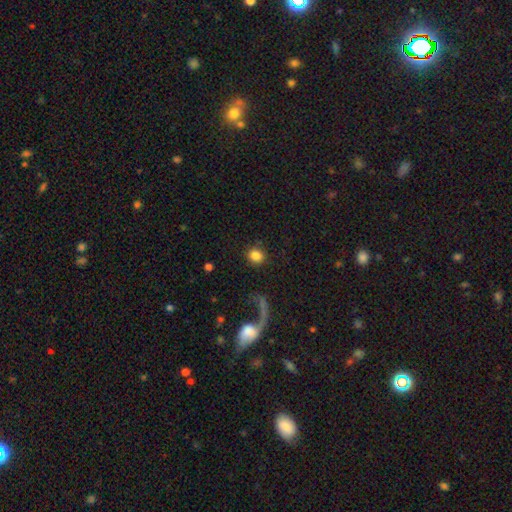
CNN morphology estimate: smooth-or-featured: smooth: 82% | featured or disk: 9% | star or artifact: 9%
  how-rounded: round: 80% | in between: 19% | cigar-shaped: 1%
  merging: none: 83% | minor disturbance: 7% | major disturbance: 7% | merger: 3%